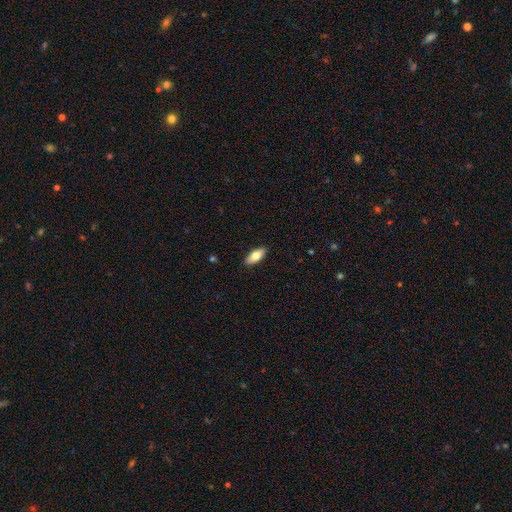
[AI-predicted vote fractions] Smooth or featured? Predicted: smooth (p=0.75). How rounded? Predicted: in between (p=0.85). Merging? Predicted: none (p=0.89).